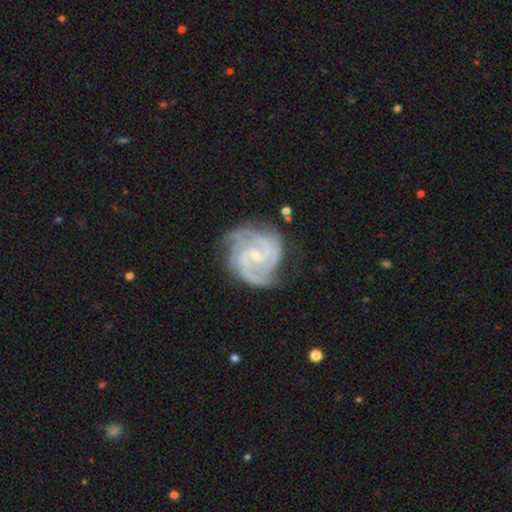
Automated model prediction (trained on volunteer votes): Smooth or featured: featured or disk — 90% (smooth — 5%)
Edge-on disk: no — 98% (yes — 2%)
Bar: no — 49% (weak — 40%)
Spiral arms: yes — 98% (no — 2%)
Spiral winding: tight — 56% (medium — 38%)
Spiral arm count: 2 — 42% (3 — 31%)
Bulge size: small — 75% (moderate — 19%)
Merging: none — 70% (minor disturbance — 21%)